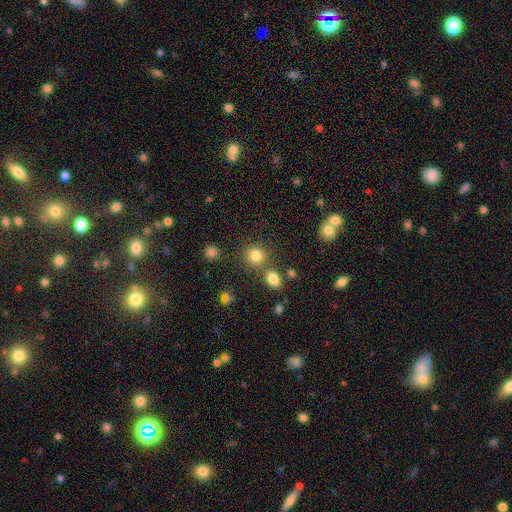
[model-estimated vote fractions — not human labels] Smooth or featured? Predicted: smooth (p=0.81). How rounded? Predicted: round (p=0.84). Merging? Predicted: none (p=0.72).